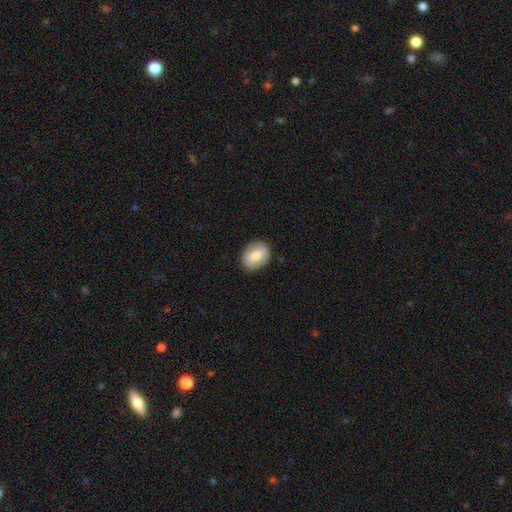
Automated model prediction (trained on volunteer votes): Smooth or featured?
  - smooth: 72% *
  - featured or disk: 21%
  - star or artifact: 7%
How rounded?
  - in between: 63% *
  - round: 36%
  - cigar-shaped: 1%
Merging?
  - none: 87% *
  - minor disturbance: 10%
  - major disturbance: 3%
  - merger: 1%